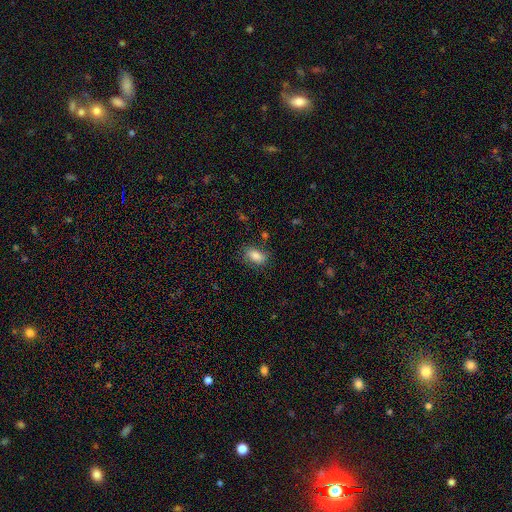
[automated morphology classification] smooth_or_featured: smooth (p=0.78) [alt: featured or disk p=0.13]
how_rounded: in between (p=0.87) [alt: round p=0.08]
merging: none (p=0.76) [alt: minor disturbance p=0.17]